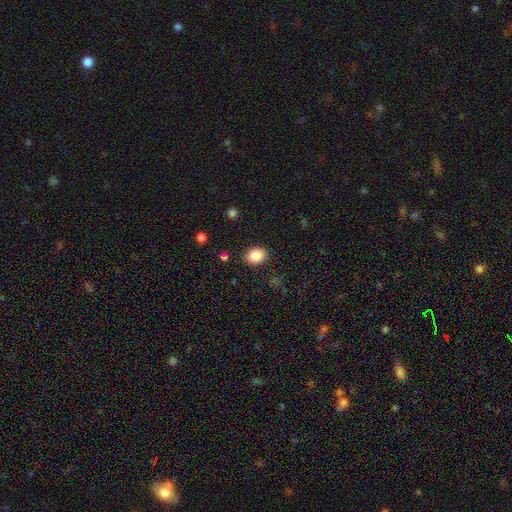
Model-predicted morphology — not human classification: The model was most divided on "how rounded": in between: 64%, round: 35%, cigar-shaped: 1%. More confident: merging — none (88%); smooth or featured — smooth (86%).